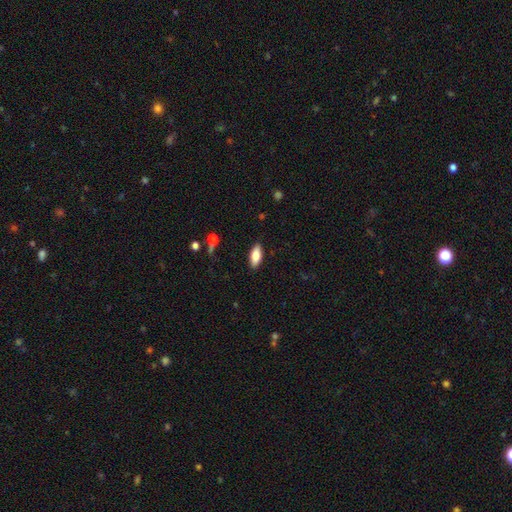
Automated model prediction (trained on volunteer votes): Q: Smooth or featured?
A: smooth (75%); runner-up: featured or disk (18%)
Q: How rounded?
A: in between (80%); runner-up: cigar-shaped (18%)
Q: Merging?
A: none (88%); runner-up: minor disturbance (9%)